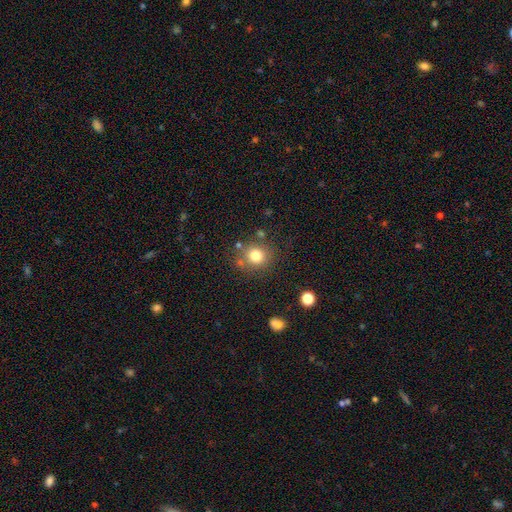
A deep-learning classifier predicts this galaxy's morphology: This appears to be a smooth galaxy with no disk features (79%) that is round (87%). Merging: none (77%).